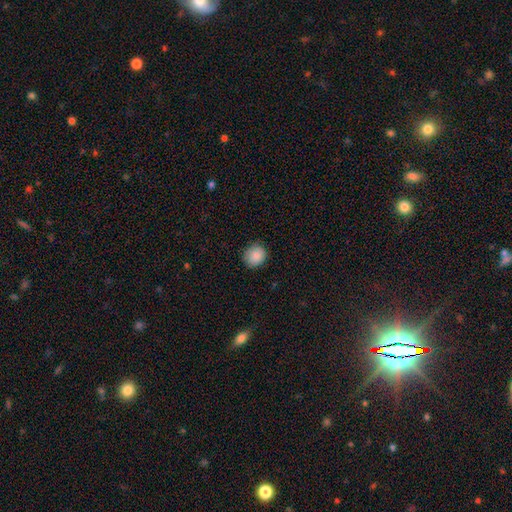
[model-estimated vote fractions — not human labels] A smooth galaxy with no disk features (88%) that is round (74%). Merging: none (82%).